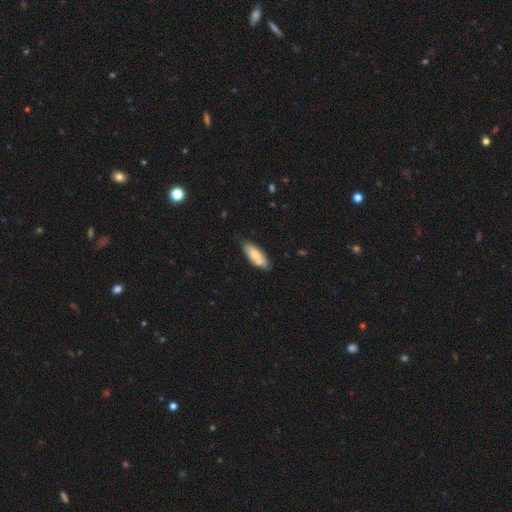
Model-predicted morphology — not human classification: A smooth galaxy with no disk features (67%) that is in between round and cigar-shaped (76%).

Vote fractions:
- Smooth or featured? smooth: 67% / featured or disk: 27% / star or artifact: 6%
- How rounded? in between: 76% / cigar-shaped: 22% / round: 2%
- Merging? none: 64% / minor disturbance: 23% / merger: 9% / major disturbance: 4%